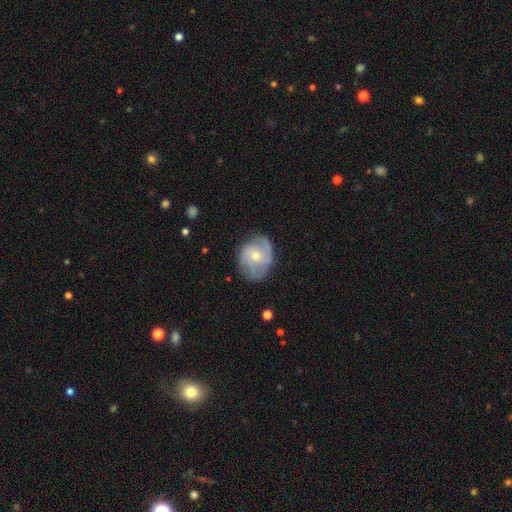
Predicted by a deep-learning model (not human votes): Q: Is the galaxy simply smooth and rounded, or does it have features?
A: featured or disk — 67%.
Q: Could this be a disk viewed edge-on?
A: no — 97%.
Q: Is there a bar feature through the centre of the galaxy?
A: no — 65%.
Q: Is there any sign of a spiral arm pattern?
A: yes — 87%.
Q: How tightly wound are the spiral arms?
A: medium — 45%.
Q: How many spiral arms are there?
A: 2 — 44%.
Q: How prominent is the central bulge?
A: moderate — 54%.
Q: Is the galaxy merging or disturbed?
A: none — 69%.